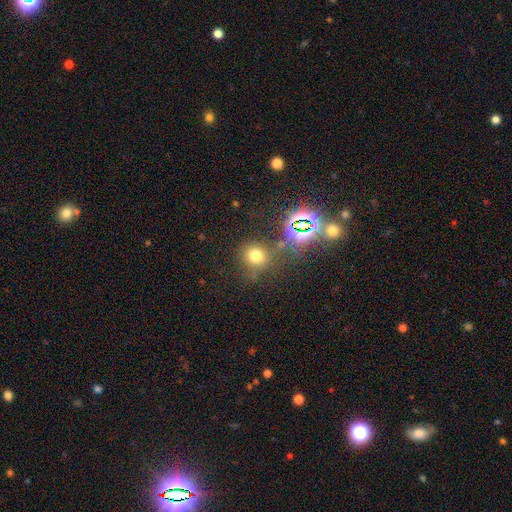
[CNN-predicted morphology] Smooth or featured? Predicted: smooth (p=0.66). How rounded? Predicted: round (p=0.87). Merging? Predicted: none (p=0.71).